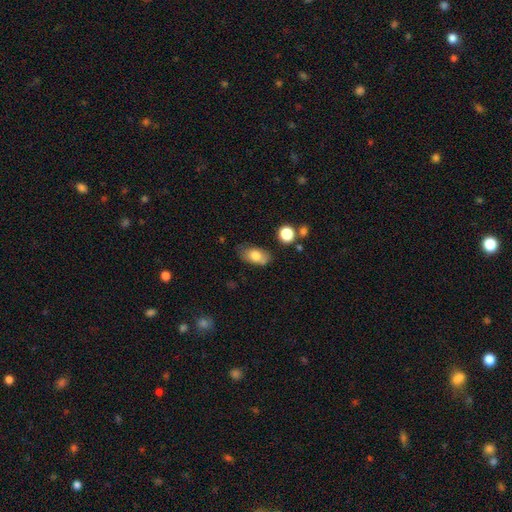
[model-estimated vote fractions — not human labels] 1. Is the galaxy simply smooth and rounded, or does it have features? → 76% smooth, 15% featured or disk, 8% star or artifact.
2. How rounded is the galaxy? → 89% in between, 8% round, 3% cigar-shaped.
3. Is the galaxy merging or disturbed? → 65% none, 22% minor disturbance, 7% merger, 6% major disturbance.